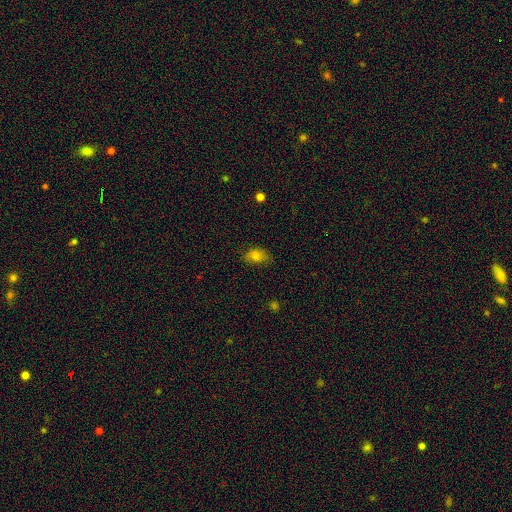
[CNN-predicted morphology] smooth_or_featured: smooth (p=0.78) [alt: featured or disk p=0.11]
how_rounded: in between (p=0.82) [alt: round p=0.16]
merging: none (p=0.74) [alt: minor disturbance p=0.21]